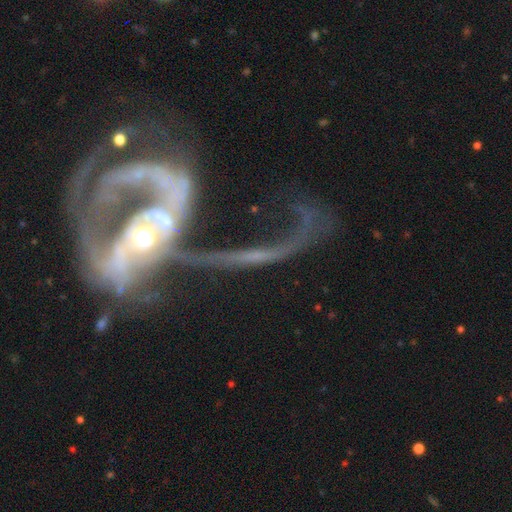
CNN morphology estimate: smooth_or_featured: featured or disk (p=0.79) [alt: star or artifact p=0.11]
disk_edge_on: no (p=0.92) [alt: yes p=0.08]
bar: no (p=0.56) [alt: weak p=0.23]
has_spiral_arms: yes (p=0.74) [alt: no p=0.26]
spiral_winding: loose (p=0.73) [alt: medium p=0.19]
spiral_arm_count: 2 (p=0.54) [alt: 1 p=0.19]
bulge_size: moderate (p=0.55) [alt: small p=0.29]
merging: major disturbance (p=0.39) [alt: merger p=0.37]